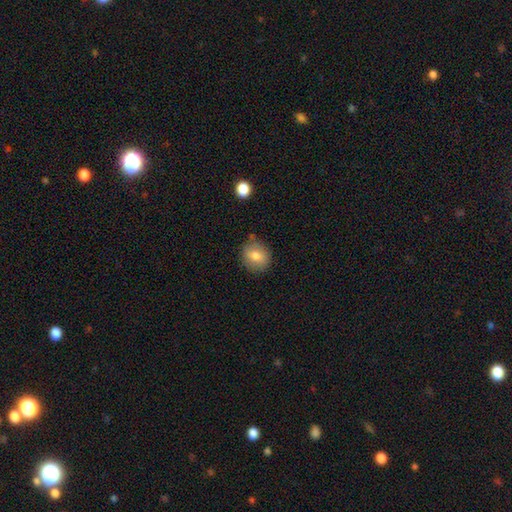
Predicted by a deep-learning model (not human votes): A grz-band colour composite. It shows a smooth galaxy with no disk features (78%) that is round (76%). Merging: none (79%).